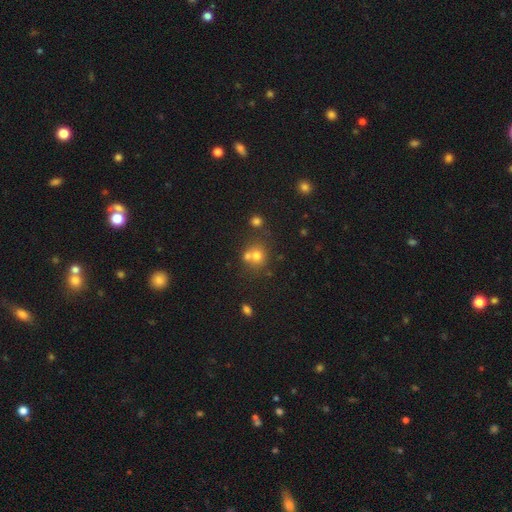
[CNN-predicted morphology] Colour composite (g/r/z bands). It shows a smooth galaxy with no disk features (69%) that is round (82%). Merging: none (47%).